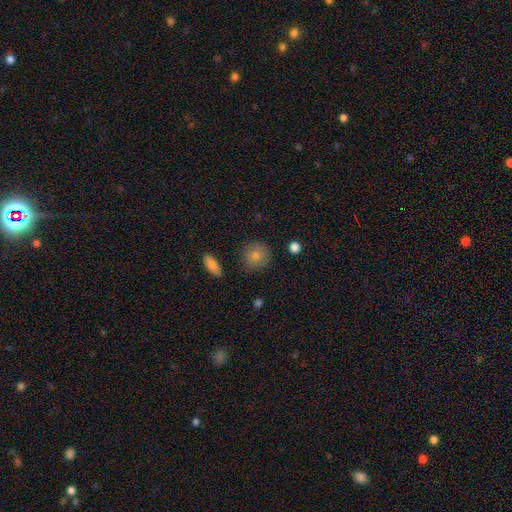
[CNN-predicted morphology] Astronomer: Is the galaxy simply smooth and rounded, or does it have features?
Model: smooth — 82%.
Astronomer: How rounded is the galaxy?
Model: round — 89%.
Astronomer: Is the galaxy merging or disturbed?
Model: none — 83%.